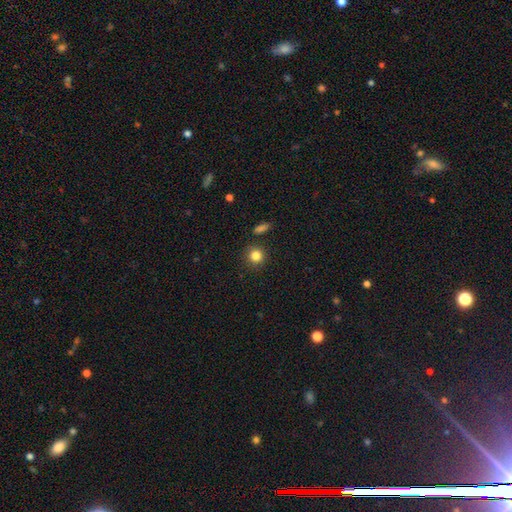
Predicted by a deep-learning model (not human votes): A smooth galaxy with no disk features (84%) that is round (91%).

Vote fractions:
- Smooth or featured? smooth: 84% / star or artifact: 11% / featured or disk: 5%
- How rounded? round: 91% / in between: 8% / cigar-shaped: 1%
- Merging? none: 87% / minor disturbance: 7% / merger: 3% / major disturbance: 2%